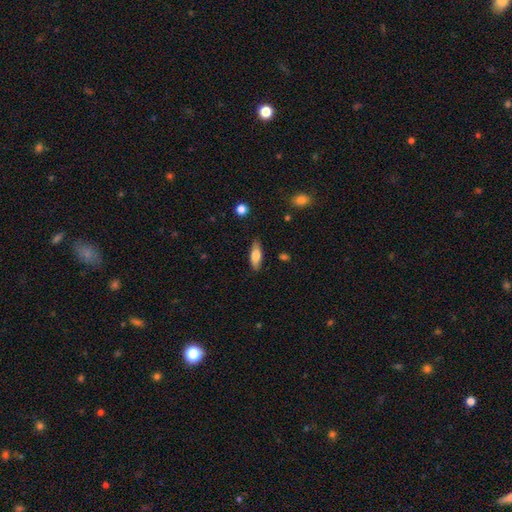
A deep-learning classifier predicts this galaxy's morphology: type=smooth (72%); roundness=in between (63%); merging=none (83%).